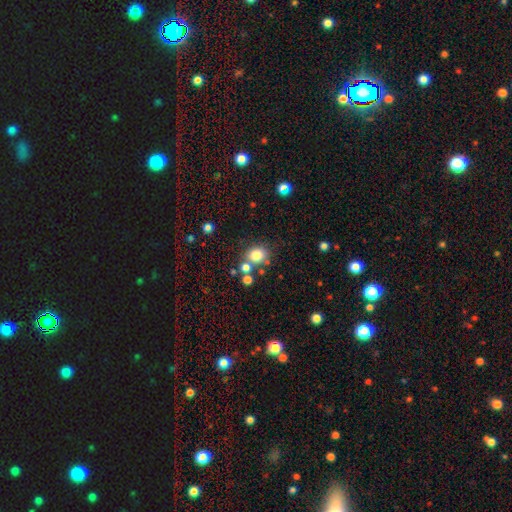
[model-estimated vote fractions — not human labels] Morphology: type=smooth (80%); roundness=round (67%); merging=none (65%).